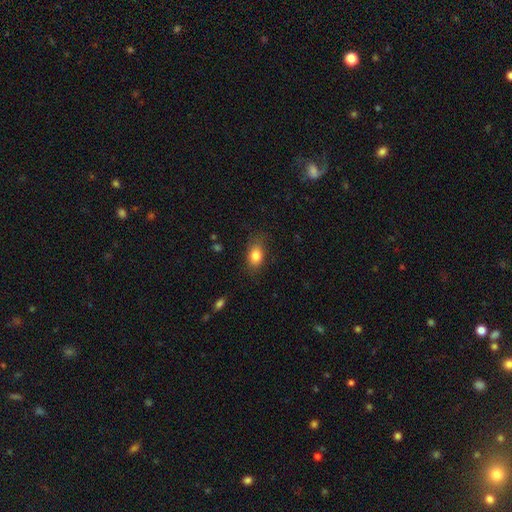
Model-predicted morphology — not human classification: This appears to be a smooth galaxy with no disk features (82%) that is in between round and cigar-shaped (77%). Merging: none (78%).